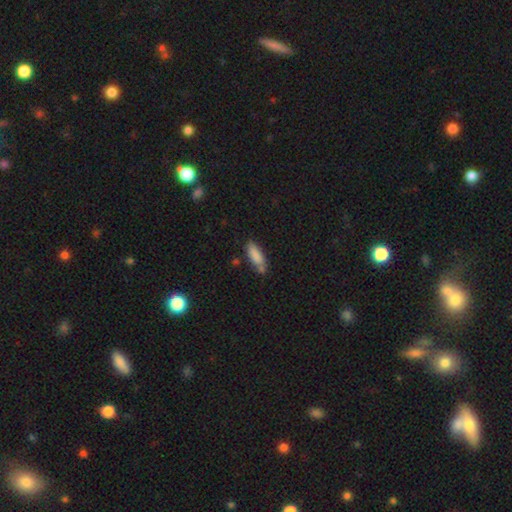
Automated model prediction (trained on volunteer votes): smooth-or-featured: smooth: 85% | featured or disk: 8% | star or artifact: 7%
  how-rounded: in between: 57% | cigar-shaped: 42% | round: 2%
  merging: none: 66% | minor disturbance: 21% | merger: 9% | major disturbance: 4%